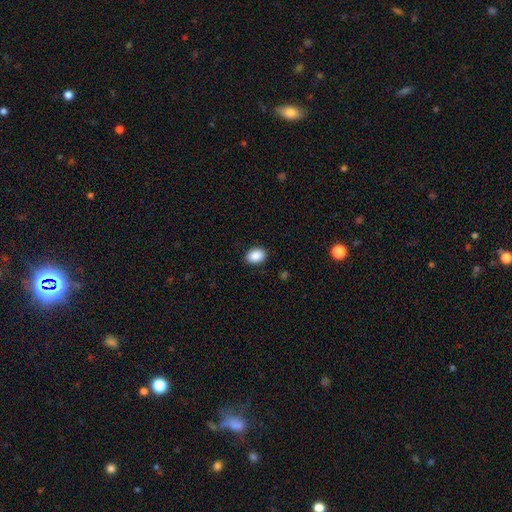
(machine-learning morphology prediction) Smooth or featured? Predicted: smooth (p=0.90). How rounded? Predicted: in between (p=0.78). Merging? Predicted: none (p=0.89).